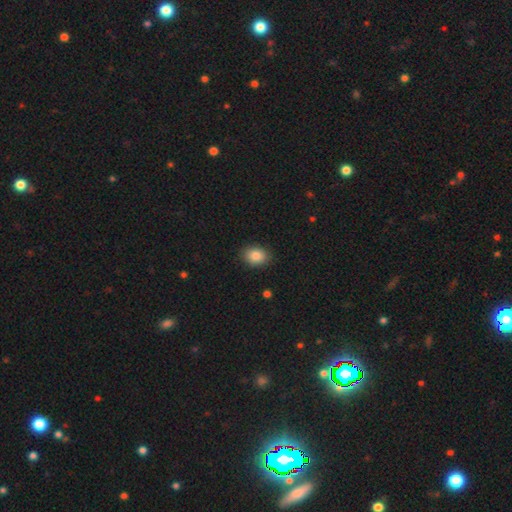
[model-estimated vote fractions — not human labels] This is clearly a smooth galaxy (85%). How rounded: likely in between (66%). Merging: clearly none (88%).